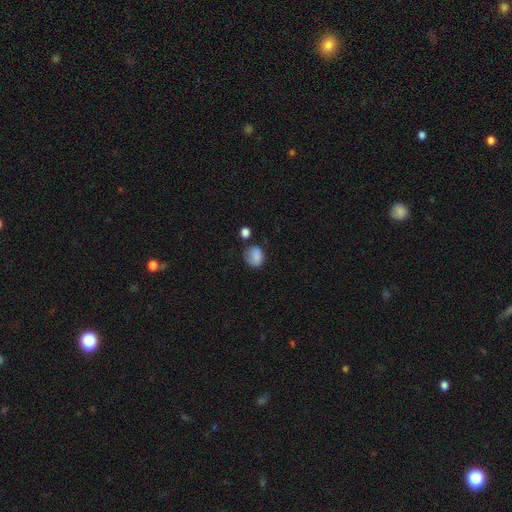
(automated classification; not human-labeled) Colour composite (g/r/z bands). It shows a smooth galaxy with no disk features (81%) that is in between round and cigar-shaped (50%). Merging: none (56%).